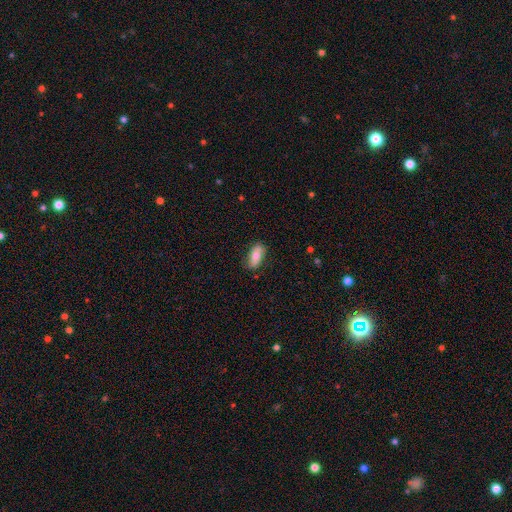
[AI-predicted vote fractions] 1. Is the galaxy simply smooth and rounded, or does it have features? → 63% smooth, 30% featured or disk, 7% star or artifact.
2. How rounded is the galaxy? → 84% in between, 12% cigar-shaped, 4% round.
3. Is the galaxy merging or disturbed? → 78% none, 17% minor disturbance, 3% major disturbance, 1% merger.